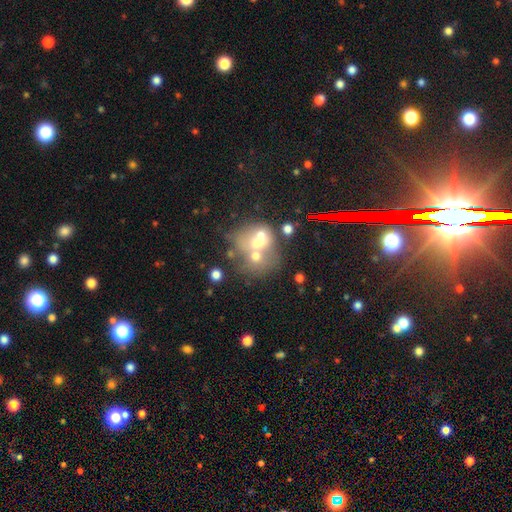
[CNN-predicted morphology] Smooth or featured? Predicted: smooth (p=0.51). How rounded? Predicted: round (p=0.64). Merging? Predicted: merger (p=0.63).